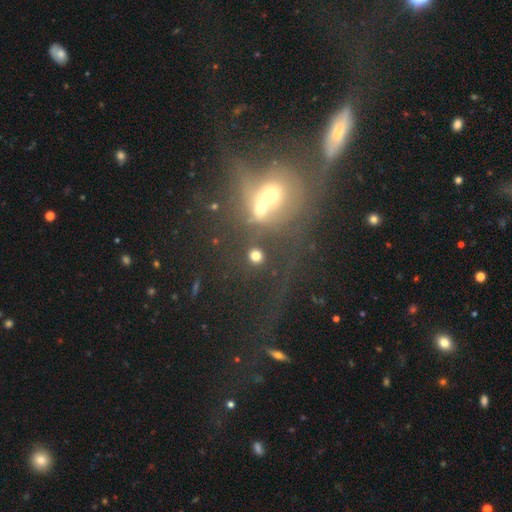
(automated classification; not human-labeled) A smooth galaxy with no disk features (75%) that is round (84%).

Vote fractions:
- Smooth or featured? smooth: 75% / star or artifact: 17% / featured or disk: 8%
- How rounded? round: 84% / in between: 15% / cigar-shaped: 1%
- Merging? none: 74% / merger: 13% / minor disturbance: 8% / major disturbance: 5%